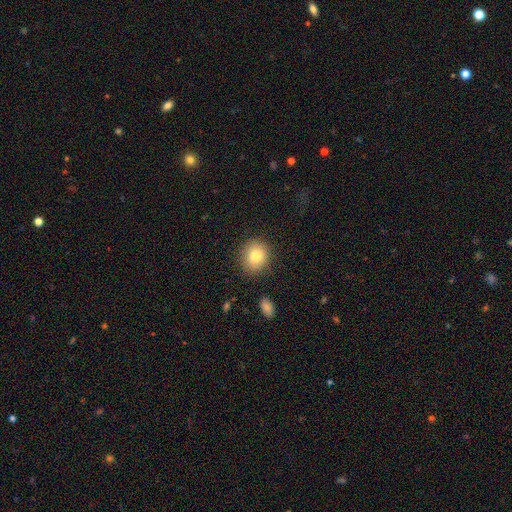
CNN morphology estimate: The model was most divided on "how rounded": round: 79%, in between: 20%, cigar-shaped: 1%. More confident: merging — none (86%); smooth or featured — smooth (80%).